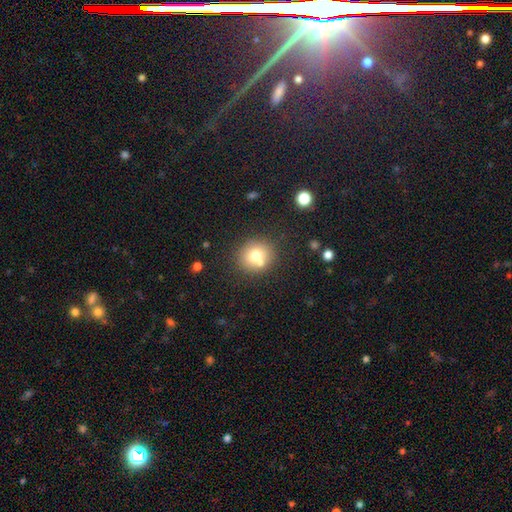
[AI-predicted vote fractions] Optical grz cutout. It shows a smooth galaxy with no disk features (71%) that is round (85%). Merging: none (67%).